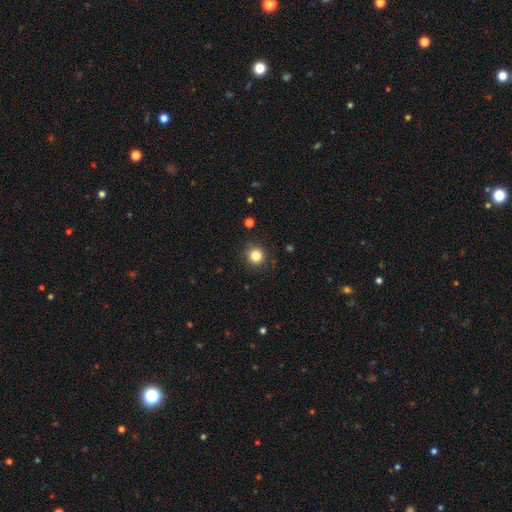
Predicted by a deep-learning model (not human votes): Smooth or featured?
  - smooth: 83% *
  - star or artifact: 12%
  - featured or disk: 5%
How rounded?
  - round: 94% *
  - in between: 5%
  - cigar-shaped: 1%
Merging?
  - none: 89% *
  - minor disturbance: 7%
  - major disturbance: 2%
  - merger: 1%